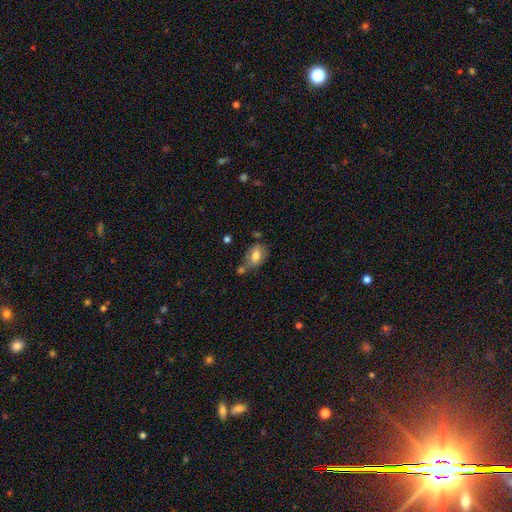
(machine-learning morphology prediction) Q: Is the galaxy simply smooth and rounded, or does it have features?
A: smooth — 69%.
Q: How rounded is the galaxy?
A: in between — 85%.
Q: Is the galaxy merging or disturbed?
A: none — 47%.